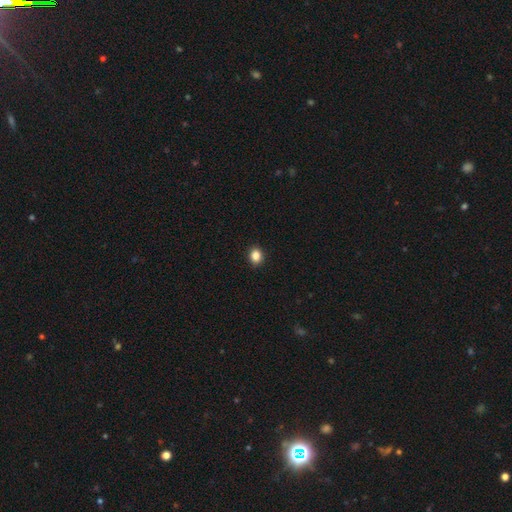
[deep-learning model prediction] Smooth or featured? smooth (86%)
How rounded? round (52%)
Merging? none (91%)